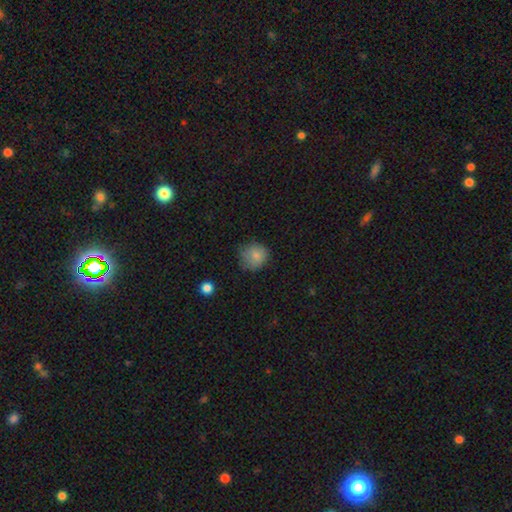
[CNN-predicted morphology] The model was most divided on "merging": none: 62%, minor disturbance: 28%, major disturbance: 8%, merger: 1%. More confident: how rounded — round (85%); smooth or featured — smooth (82%).